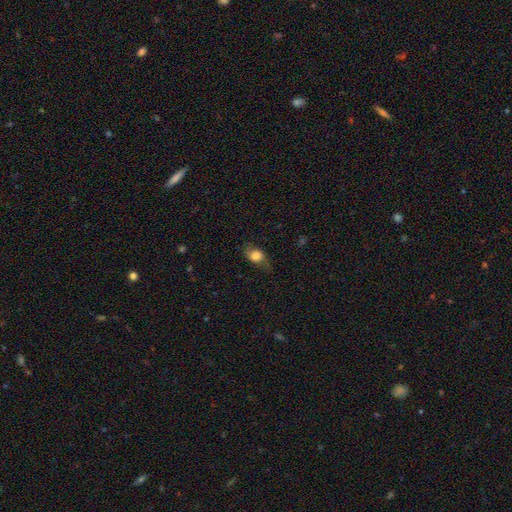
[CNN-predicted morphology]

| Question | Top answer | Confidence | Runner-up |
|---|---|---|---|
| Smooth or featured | smooth | 70% | featured or disk (20%) |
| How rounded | in between | 67% | round (29%) |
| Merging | none | 61% | minor disturbance (26%) |